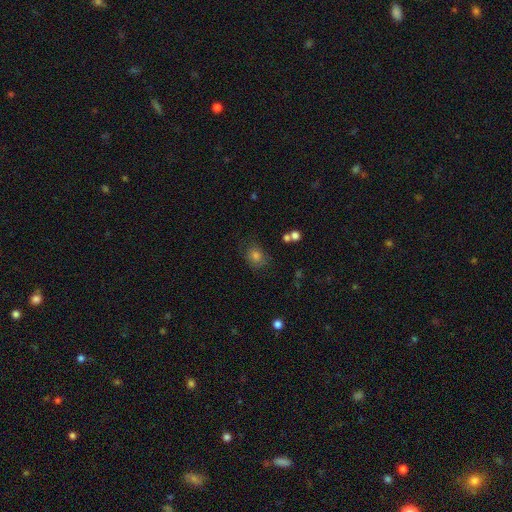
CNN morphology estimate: The model was most divided on "how rounded": round: 58%, in between: 41%, cigar-shaped: 1%. More confident: smooth or featured — smooth (77%); merging — none (72%).